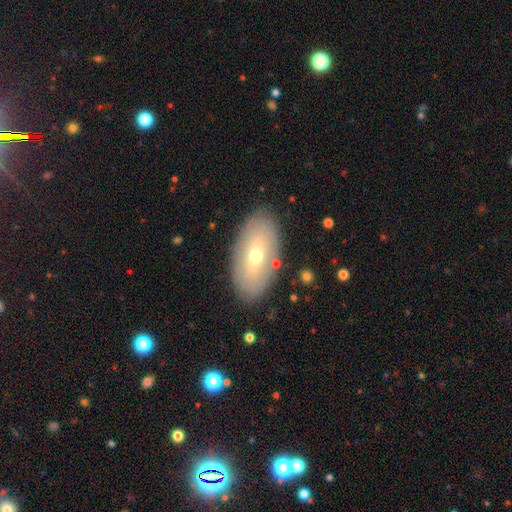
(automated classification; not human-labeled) Smooth or featured? Predicted: smooth (p=0.52). How rounded? Predicted: in between (p=0.92). Merging? Predicted: none (p=0.85).